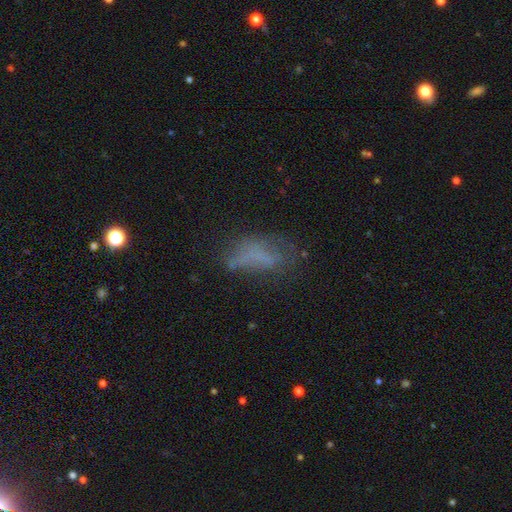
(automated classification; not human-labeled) smooth-or-featured: smooth: 53% | featured or disk: 28% | star or artifact: 19%
  how-rounded: in between: 79% | cigar-shaped: 16% | round: 5%
  merging: none: 41% | major disturbance: 29% | minor disturbance: 26% | merger: 4%